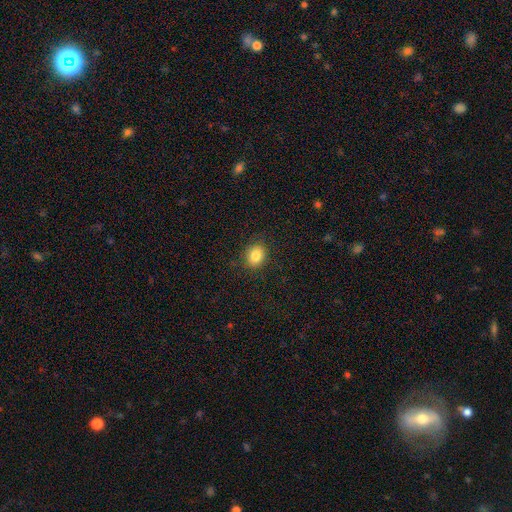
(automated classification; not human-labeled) A smooth galaxy with no disk features (85%) that is round (54%). Merging: none (86%).